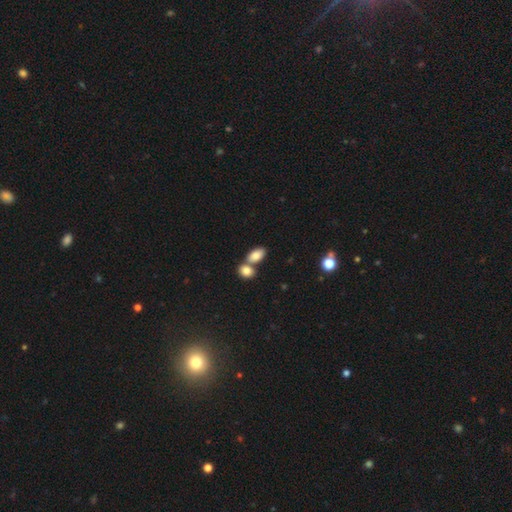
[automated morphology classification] smooth-or-featured: smooth: 84% | featured or disk: 8% | star or artifact: 8%
  how-rounded: in between: 90% | round: 8% | cigar-shaped: 2%
  merging: merger: 47% | none: 41% | minor disturbance: 9% | major disturbance: 3%